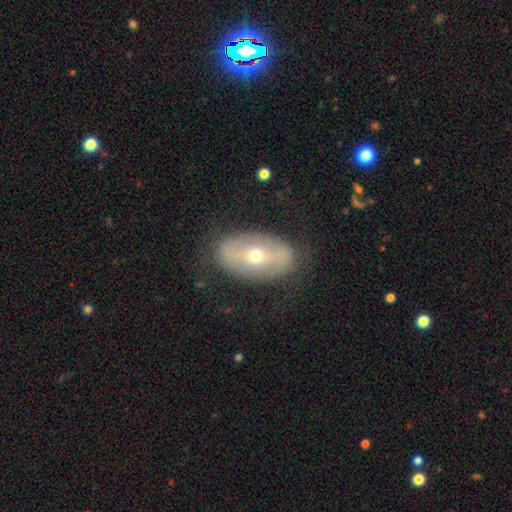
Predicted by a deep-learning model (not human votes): This appears to be a featured or disk galaxy (54%). Merging: none (79%).